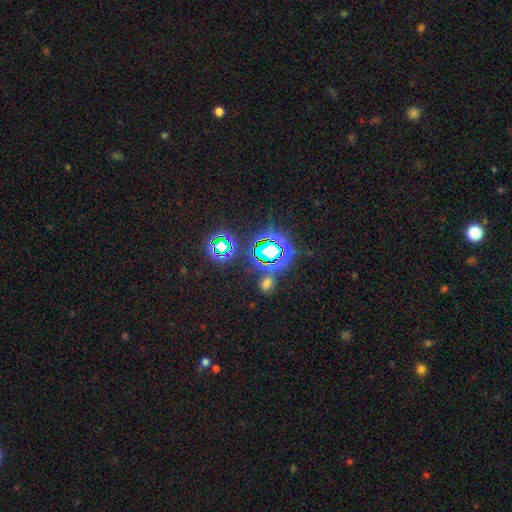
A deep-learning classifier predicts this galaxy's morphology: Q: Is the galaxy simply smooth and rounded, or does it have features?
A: star or artifact — 77%.